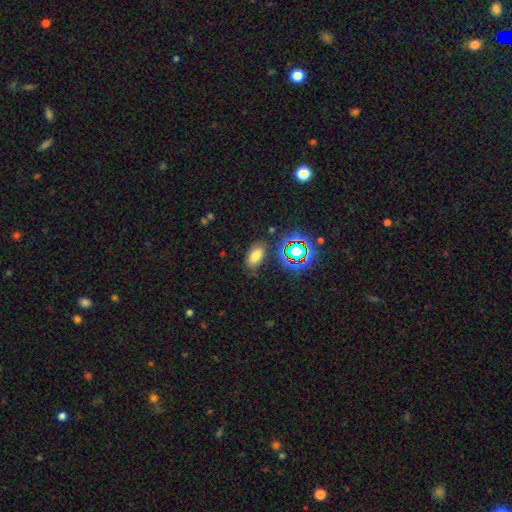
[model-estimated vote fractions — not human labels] This is likely a smooth galaxy (72%). How rounded: clearly in between (90%). Merging: clearly none (80%).